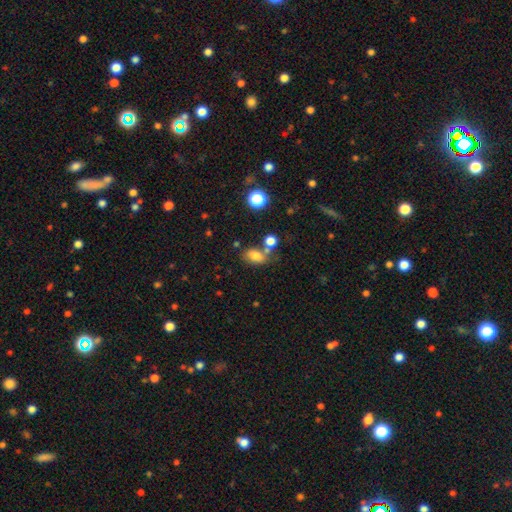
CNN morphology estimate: The model was most divided on "merging": none: 56%, merger: 21%, minor disturbance: 17%, major disturbance: 6%. More confident: how rounded — in between (79%); smooth or featured — smooth (77%).